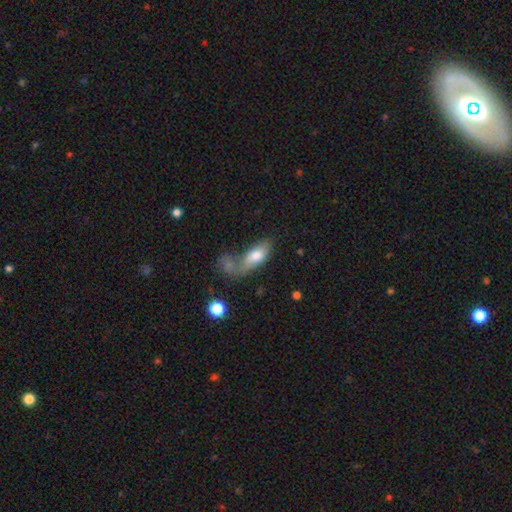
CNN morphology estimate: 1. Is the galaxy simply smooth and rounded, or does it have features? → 74% smooth, 19% featured or disk, 7% star or artifact.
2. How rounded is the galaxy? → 80% in between, 16% cigar-shaped, 4% round.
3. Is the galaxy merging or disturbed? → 38% merger, 35% none, 16% minor disturbance, 11% major disturbance.